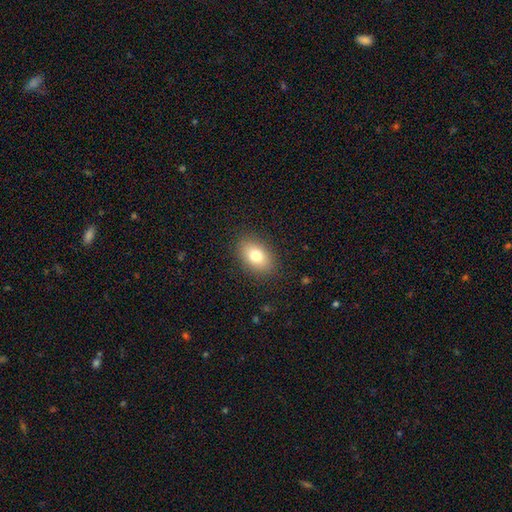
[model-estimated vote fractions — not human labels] The model was most divided on "smooth or featured": smooth: 80%, featured or disk: 12%, star or artifact: 9%. More confident: merging — none (86%); how rounded — in between (86%).